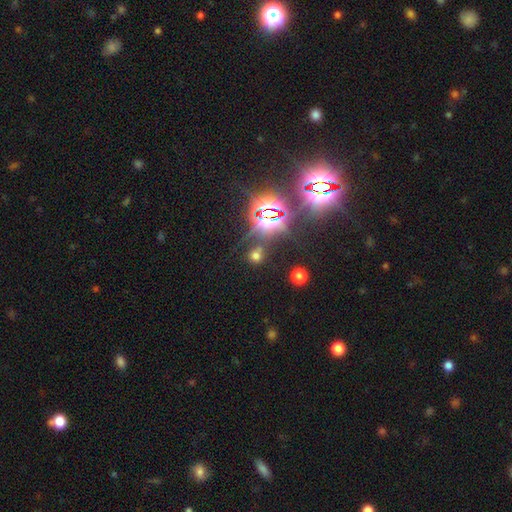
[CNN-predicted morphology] A smooth galaxy with no disk features (47%).

Vote fractions:
- Smooth or featured? smooth: 47% / star or artifact: 45% / featured or disk: 8%
- Merging? none: 70% / merger: 14% / minor disturbance: 10% / major disturbance: 6%